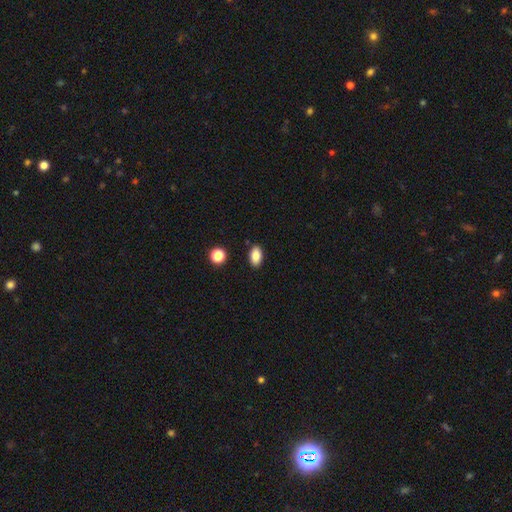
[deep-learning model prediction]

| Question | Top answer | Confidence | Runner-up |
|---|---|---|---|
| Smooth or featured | smooth | 86% | star or artifact (9%) |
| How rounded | in between | 90% | round (8%) |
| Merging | none | 88% | minor disturbance (8%) |